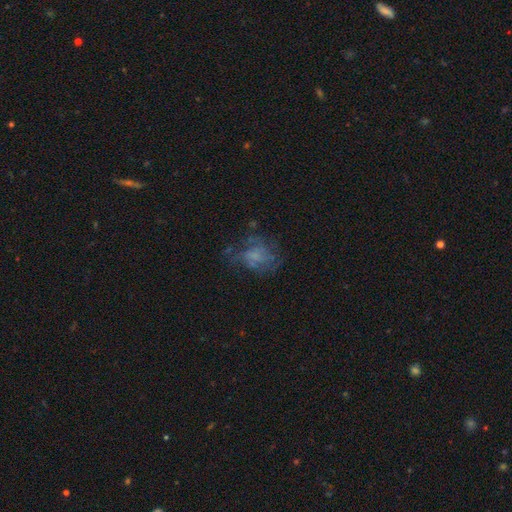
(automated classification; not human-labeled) This is possibly a featured or disk galaxy (51%). It is clearly not viewed edge-on (97%). Merging: possibly none (50%).